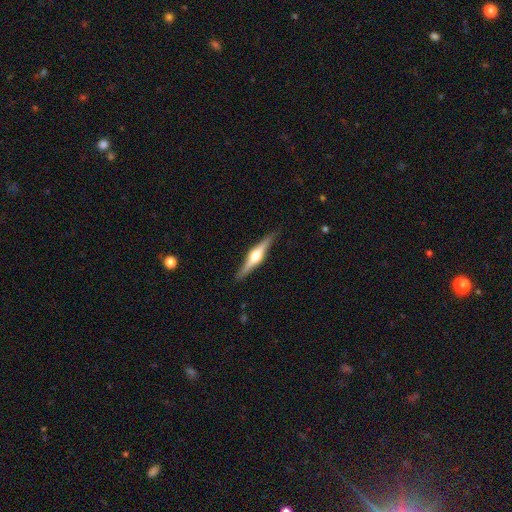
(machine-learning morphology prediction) Overall: featured or disk (77%). Edge-on disk: yes (98%). Edge-on bulge: rounded (95%). Merging: none (88%).